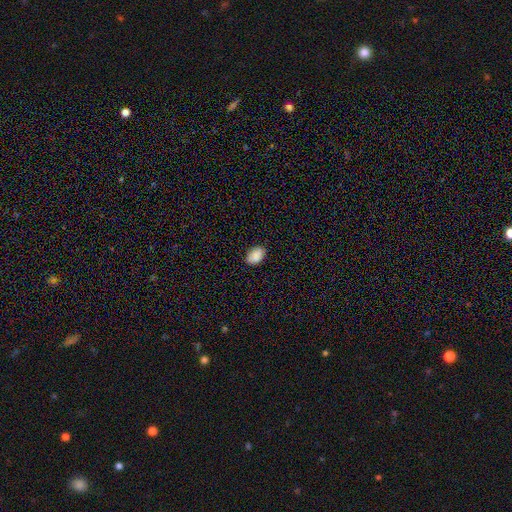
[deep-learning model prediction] This appears to be a smooth galaxy with no disk features (90%) that is in between round and cigar-shaped (90%). Merging: none (87%).